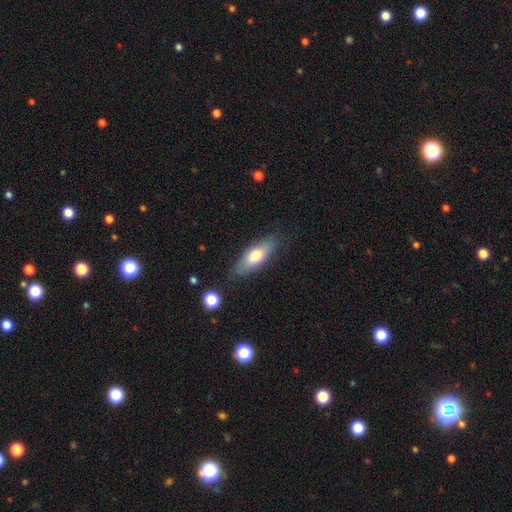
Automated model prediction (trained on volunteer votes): A smooth galaxy with no disk features (69%) that is in between round and cigar-shaped (65%). Merging: none (79%).